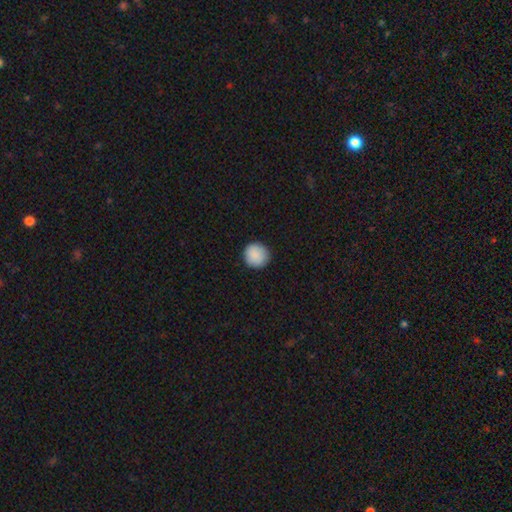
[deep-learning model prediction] A smooth galaxy with no disk features (90%) that is round (94%). Merging: none (91%).